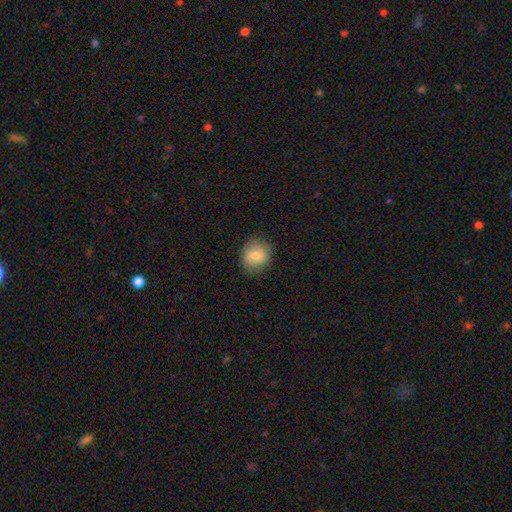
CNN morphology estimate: Smooth or featured? Predicted: smooth (p=0.78). How rounded? Predicted: round (p=0.77). Merging? Predicted: none (p=0.81).